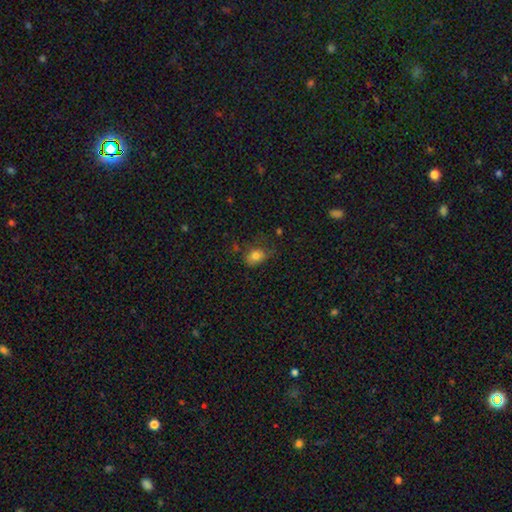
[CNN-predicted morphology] Smooth or featured: smooth — 79% (featured or disk — 11%)
How rounded: in between — 70% (round — 29%)
Merging: none — 59% (minor disturbance — 28%)